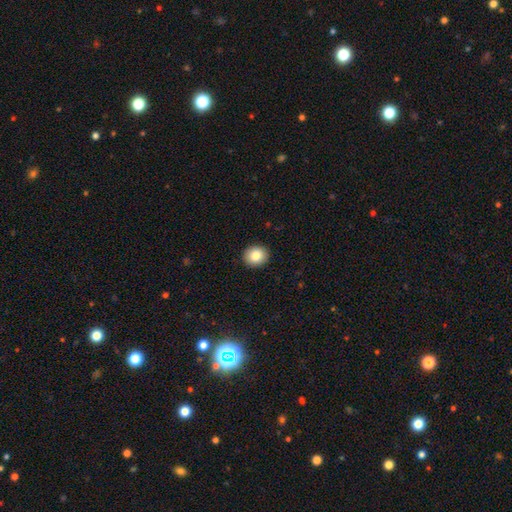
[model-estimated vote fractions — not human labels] Smooth or featured? Predicted: smooth (p=0.84). How rounded? Predicted: round (p=0.70). Merging? Predicted: none (p=0.92).